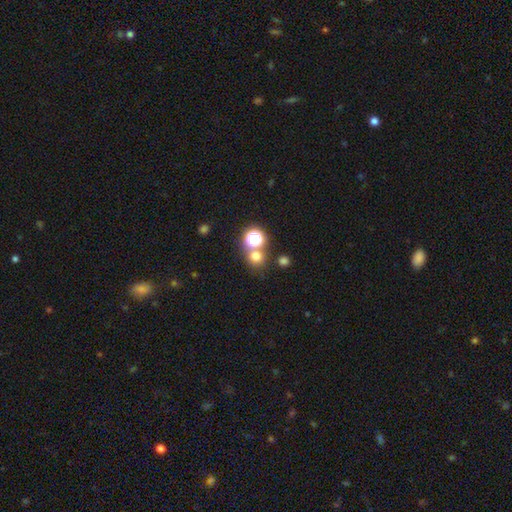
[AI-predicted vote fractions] A smooth galaxy with no disk features (69%) that is round (87%).

Vote fractions:
- Smooth or featured? smooth: 69% / star or artifact: 24% / featured or disk: 8%
- How rounded? round: 87% / in between: 12% / cigar-shaped: 1%
- Merging? none: 66% / merger: 23% / minor disturbance: 7% / major disturbance: 4%